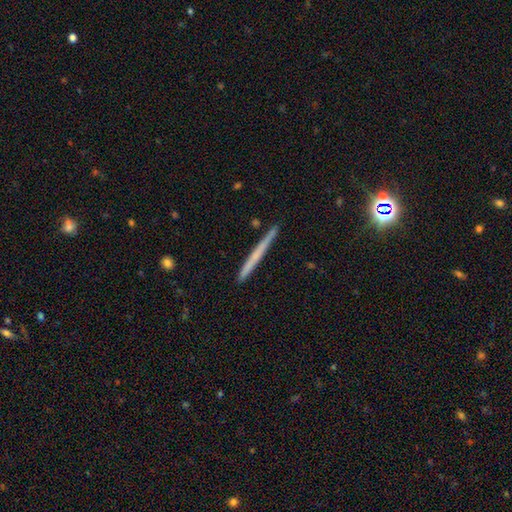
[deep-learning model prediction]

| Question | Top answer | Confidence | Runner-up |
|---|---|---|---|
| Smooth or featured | smooth | 48% | featured or disk (44%) |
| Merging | none | 90% | minor disturbance (8%) |